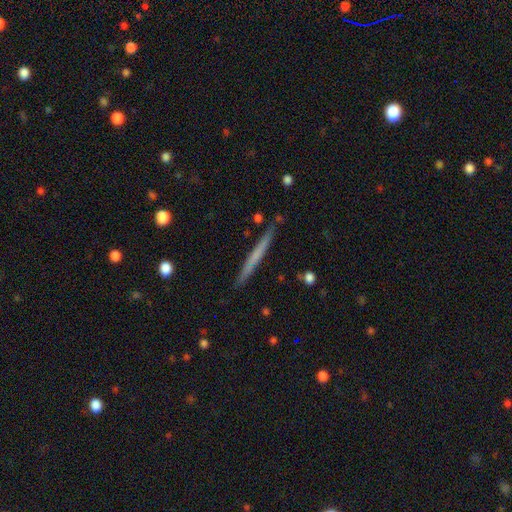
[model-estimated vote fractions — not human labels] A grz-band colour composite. It shows a smooth galaxy with no disk features (48%). Merging: none (89%).